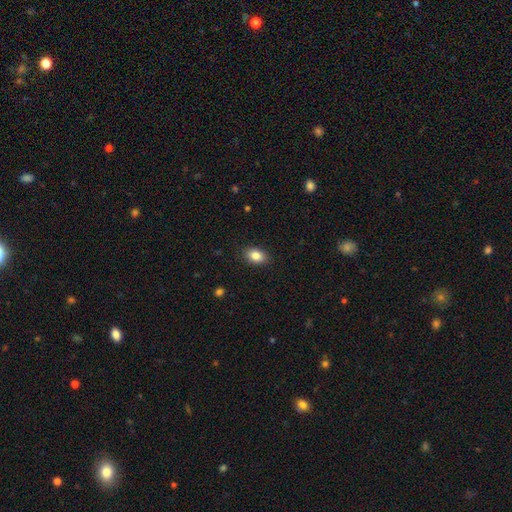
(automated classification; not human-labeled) Smooth or featured: smooth — 84% (star or artifact — 8%)
How rounded: in between — 84% (round — 14%)
Merging: none — 87% (minor disturbance — 9%)